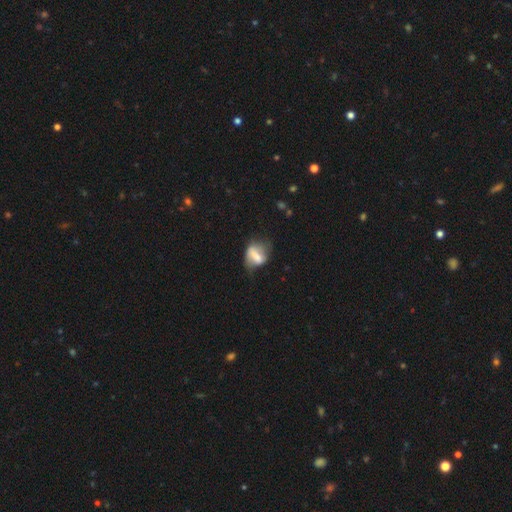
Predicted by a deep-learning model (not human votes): Smooth or featured: smooth — 52% (featured or disk — 40%)
How rounded: in between — 68% (round — 23%)
Merging: none — 41% (minor disturbance — 31%)